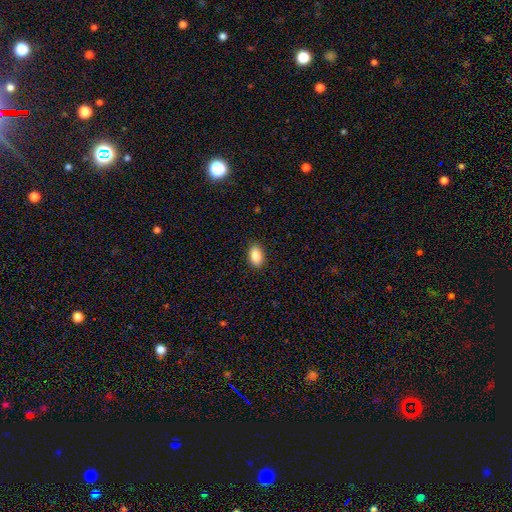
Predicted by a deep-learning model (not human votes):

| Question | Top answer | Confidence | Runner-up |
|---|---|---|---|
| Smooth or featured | smooth | 88% | star or artifact (7%) |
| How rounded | in between | 91% | round (7%) |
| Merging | none | 89% | minor disturbance (8%) |